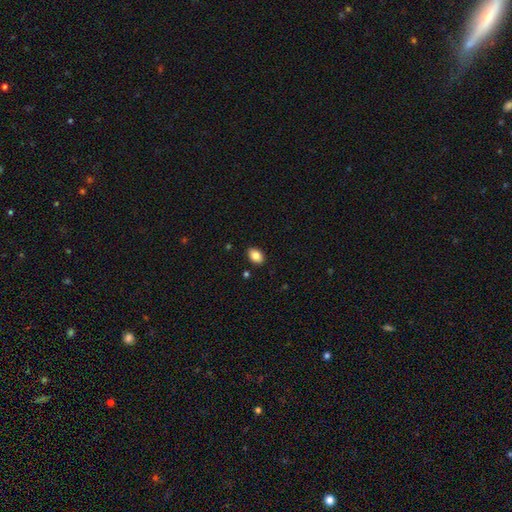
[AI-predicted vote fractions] smooth_or_featured: smooth (p=0.86) [alt: star or artifact p=0.08]
how_rounded: in between (p=0.84) [alt: round p=0.14]
merging: none (p=0.88) [alt: minor disturbance p=0.09]